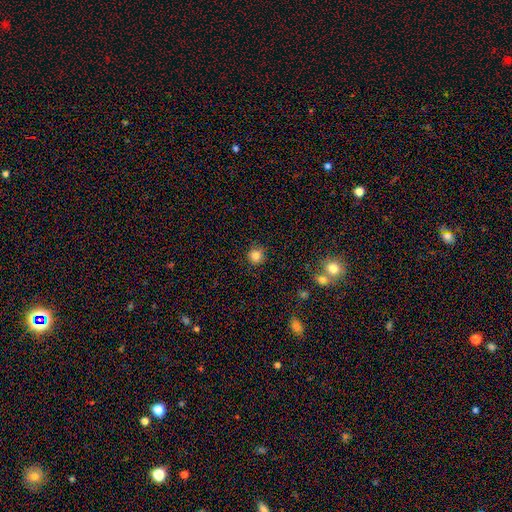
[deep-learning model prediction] smooth_or_featured: smooth (p=0.84) [alt: star or artifact p=0.12]
how_rounded: round (p=0.93) [alt: in between p=0.06]
merging: none (p=0.88) [alt: minor disturbance p=0.08]